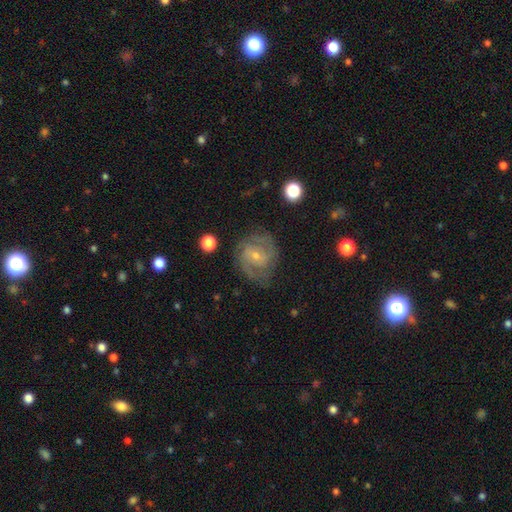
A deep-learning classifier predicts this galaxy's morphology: This is likely a featured or disk galaxy (79%). It is clearly not viewed edge-on (97%). Bar: marginally weak (44%). Spiral arm pattern: clearly yes (92%). Spiral arm count: likely 2 (65%). Spiral winding: possibly medium (45%). Central bulge: likely small (71%). Merging: likely none (74%).